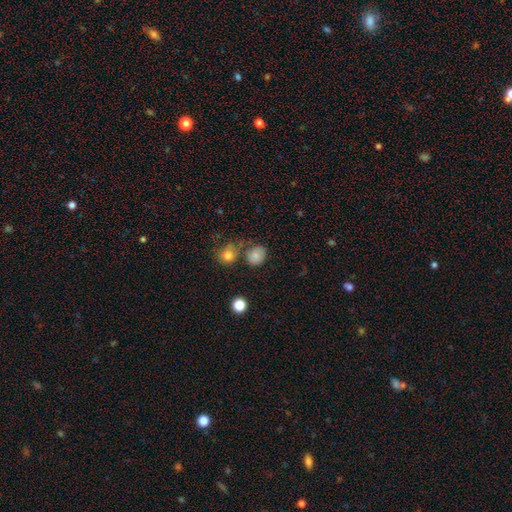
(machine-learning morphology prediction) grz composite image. It shows a smooth galaxy with no disk features (81%) that is round (67%). Merging: none (64%).